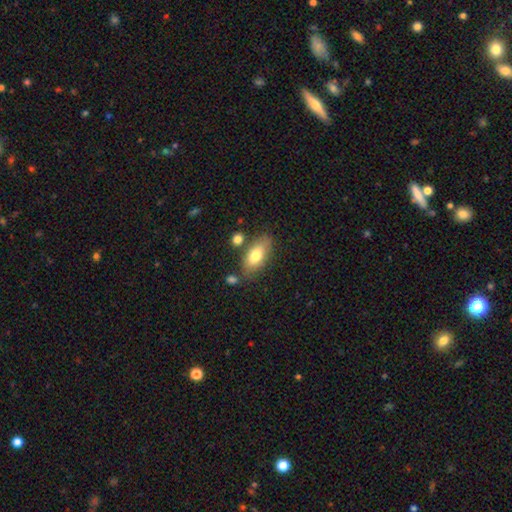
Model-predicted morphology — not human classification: type=smooth (76%); roundness=in between (86%); merging=none (73%).